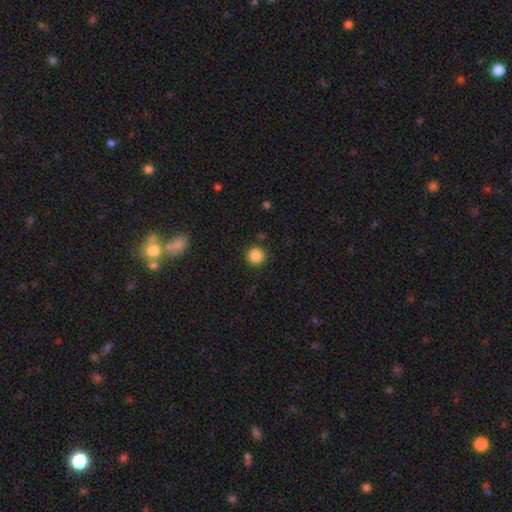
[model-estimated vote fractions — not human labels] Smooth or featured? Predicted: smooth (p=0.86). How rounded? Predicted: round (p=0.95). Merging? Predicted: none (p=0.90).